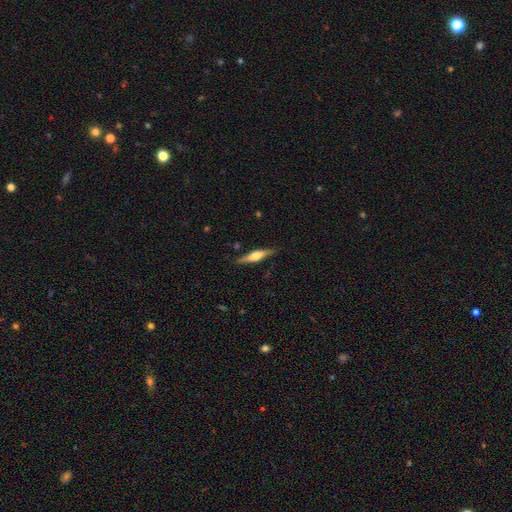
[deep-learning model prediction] Overall: featured or disk (65%; smooth 30%). Edge-on disk: yes (96%). Edge-on bulge: rounded (83%). Merging: none (86%).